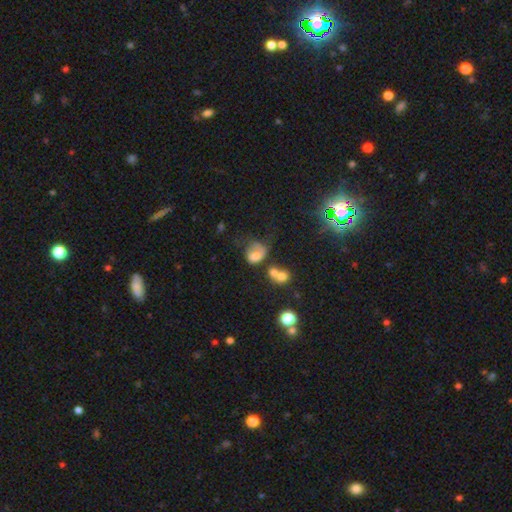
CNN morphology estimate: Smooth or featured? Predicted: smooth (p=0.58). How rounded? Predicted: in between (p=0.53). Merging? Predicted: major disturbance (p=0.29).